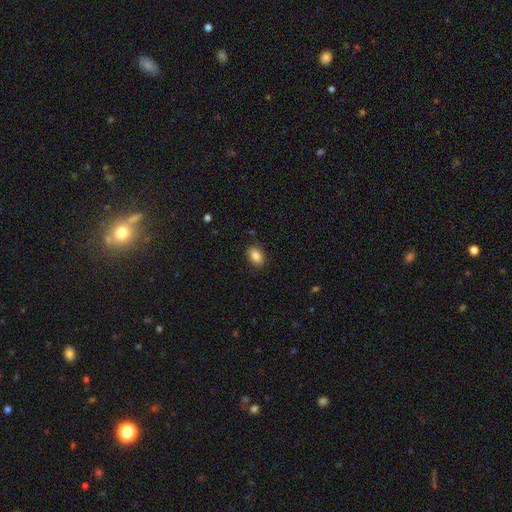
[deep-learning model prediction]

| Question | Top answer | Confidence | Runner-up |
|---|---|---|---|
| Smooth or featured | smooth | 84% | star or artifact (8%) |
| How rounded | in between | 87% | round (10%) |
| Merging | none | 86% | minor disturbance (10%) |